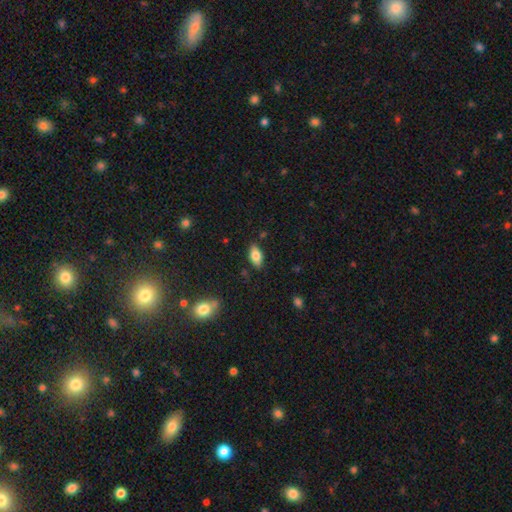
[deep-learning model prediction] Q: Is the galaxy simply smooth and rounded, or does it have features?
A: smooth — 79%.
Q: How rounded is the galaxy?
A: in between — 89%.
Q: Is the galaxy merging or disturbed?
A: none — 85%.